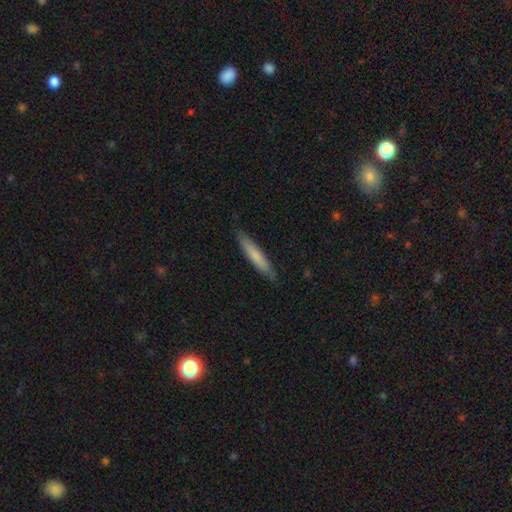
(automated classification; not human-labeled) Smooth or featured?
  - smooth: 71% *
  - featured or disk: 23%
  - star or artifact: 5%
How rounded?
  - cigar-shaped: 93% *
  - in between: 6%
  - round: 1%
Merging?
  - none: 86% *
  - minor disturbance: 11%
  - major disturbance: 2%
  - merger: 1%